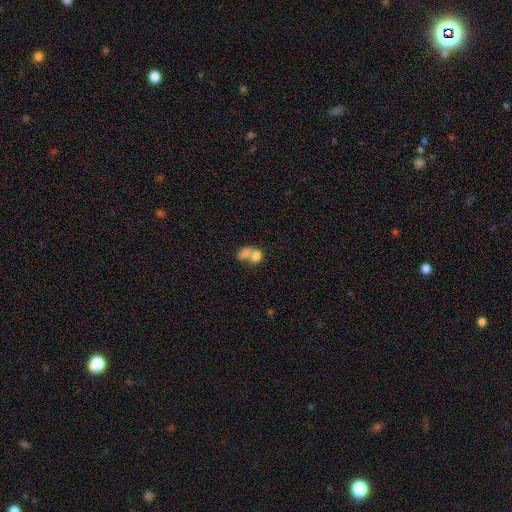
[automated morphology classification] A smooth galaxy with no disk features (75%) that is in between round and cigar-shaped (68%). Merging: merger (70%).